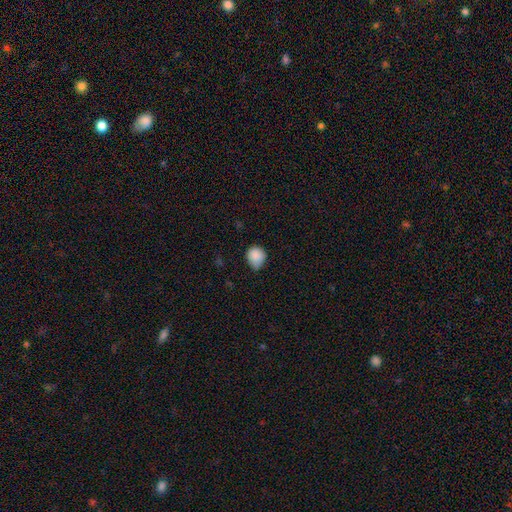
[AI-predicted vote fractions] Q: Smooth or featured?
A: smooth (87%); runner-up: star or artifact (9%)
Q: How rounded?
A: round (78%); runner-up: in between (21%)
Q: Merging?
A: none (51%); runner-up: minor disturbance (41%)